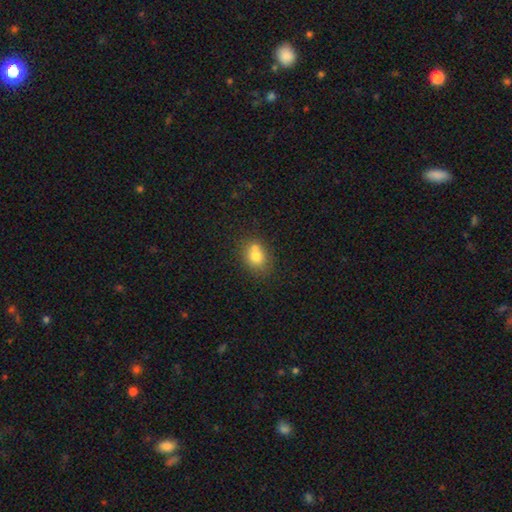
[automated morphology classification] type=smooth (74%); roundness=round (51%); merging=none (49%).